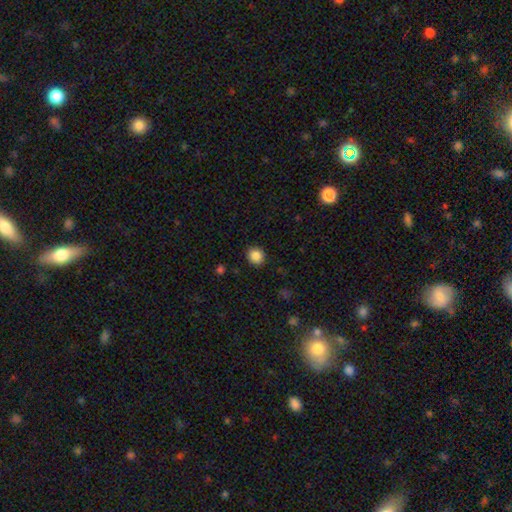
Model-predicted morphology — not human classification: Q: Smooth or featured?
A: smooth (86%); runner-up: star or artifact (10%)
Q: How rounded?
A: round (85%); runner-up: in between (14%)
Q: Merging?
A: none (91%); runner-up: minor disturbance (6%)